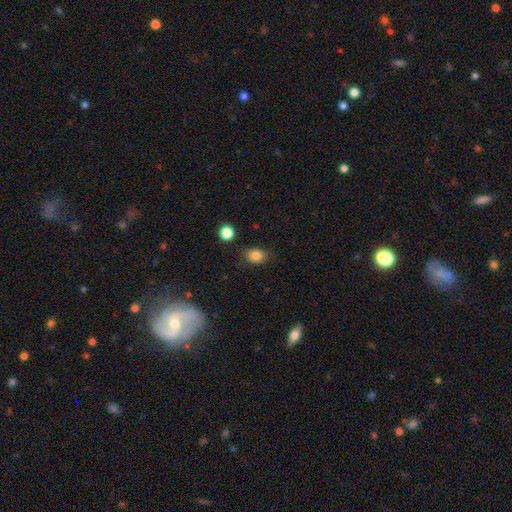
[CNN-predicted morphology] The model was most divided on "how rounded": in between: 59%, round: 40%, cigar-shaped: 1%. More confident: merging — none (83%); smooth or featured — smooth (83%).